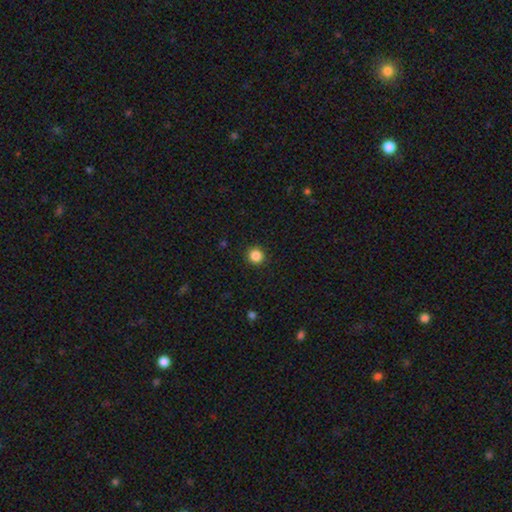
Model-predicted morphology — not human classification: type=smooth (86%); roundness=round (94%); merging=none (92%).